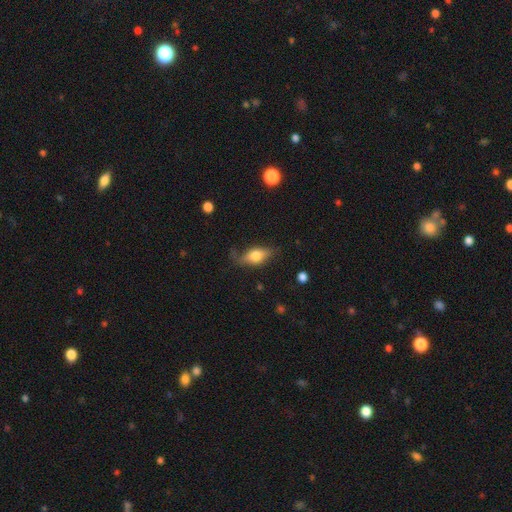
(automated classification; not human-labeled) Smooth or featured? smooth (54%)
How rounded? in between (76%)
Merging? none (64%)